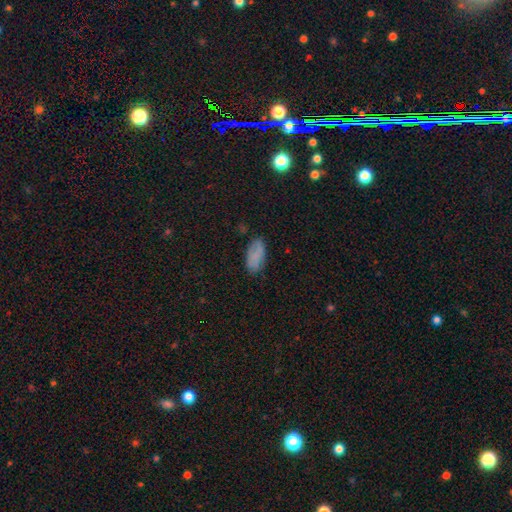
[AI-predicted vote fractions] Smooth or featured?
  - smooth: 78% *
  - featured or disk: 11%
  - star or artifact: 10%
How rounded?
  - in between: 93% *
  - cigar-shaped: 4%
  - round: 3%
Merging?
  - none: 74% *
  - minor disturbance: 20%
  - major disturbance: 5%
  - merger: 2%